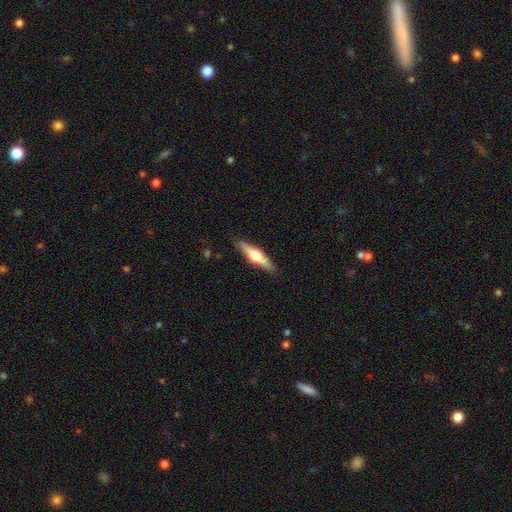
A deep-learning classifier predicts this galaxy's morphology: Smooth or featured? Predicted: featured or disk (p=0.60). Edge-on disk? Predicted: yes (p=0.96). Edge-on bulge? Predicted: rounded (p=0.93). Merging? Predicted: none (p=0.89).